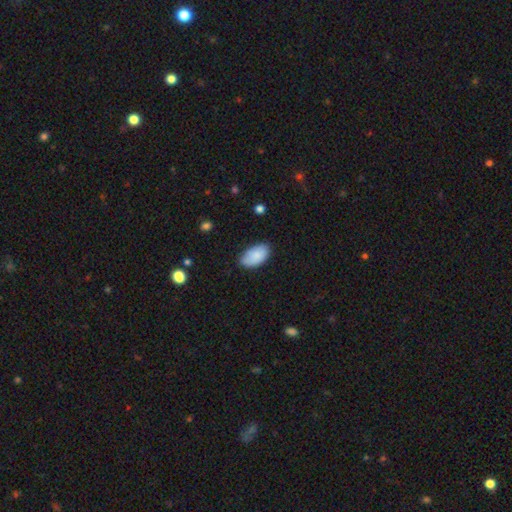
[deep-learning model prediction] Smooth or featured? smooth (88%)
How rounded? in between (95%)
Merging? none (78%)